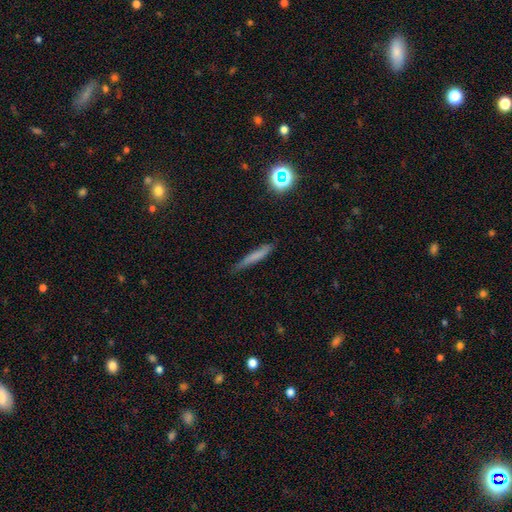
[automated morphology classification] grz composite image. It shows a smooth galaxy with no disk features (66%) that is cigar-shaped (93%). Merging: none (74%).